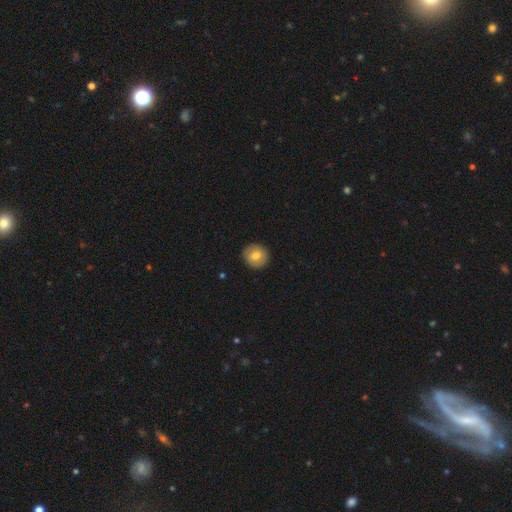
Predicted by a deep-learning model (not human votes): Morphology: type=smooth (72%); roundness=round (92%); merging=none (92%).